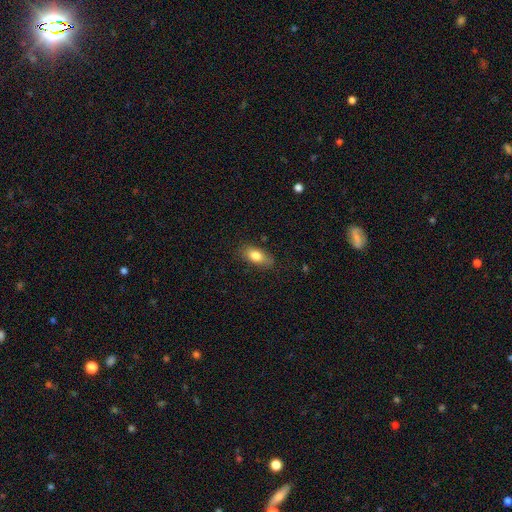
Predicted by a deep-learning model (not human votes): Smooth or featured: smooth — 80% (featured or disk — 13%)
How rounded: in between — 85% (cigar-shaped — 10%)
Merging: none — 79% (minor disturbance — 16%)